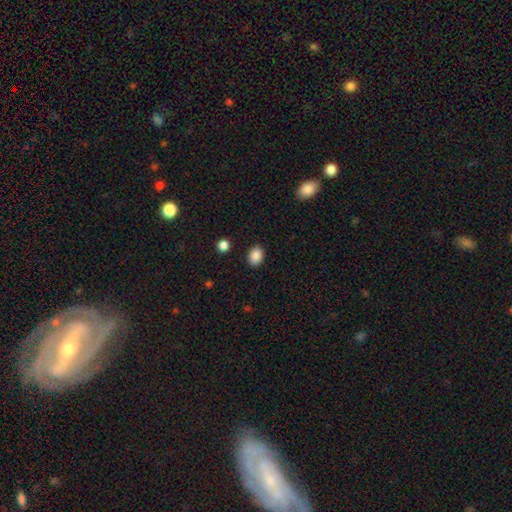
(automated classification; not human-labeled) Smooth or featured?
  - smooth: 89% *
  - star or artifact: 8%
  - featured or disk: 3%
How rounded?
  - in between: 66% *
  - round: 33%
  - cigar-shaped: 1%
Merging?
  - none: 89% *
  - minor disturbance: 7%
  - major disturbance: 2%
  - merger: 1%